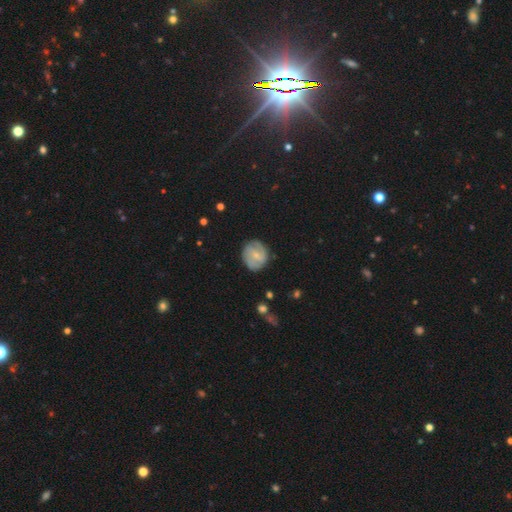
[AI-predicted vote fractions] This is possibly a featured or disk galaxy (58%). It is clearly not viewed edge-on (97%). Bar: possibly no (48%). Spiral arm pattern: clearly yes (84%). Central bulge: likely small (69%). Merging: likely none (78%).